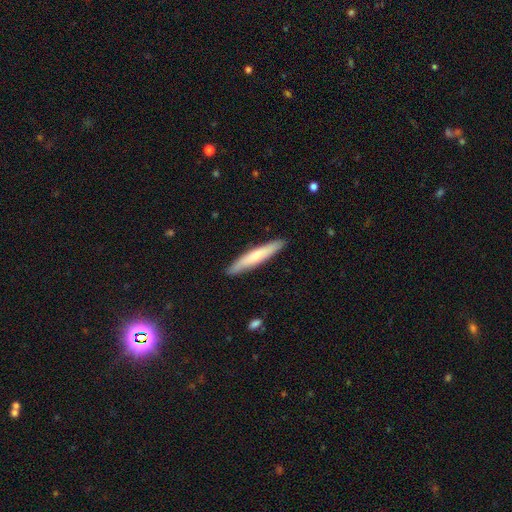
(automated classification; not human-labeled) The model was most divided on "smooth or featured": smooth: 62%, featured or disk: 32%, star or artifact: 5%. More confident: how rounded — cigar-shaped (92%); merging — none (90%).